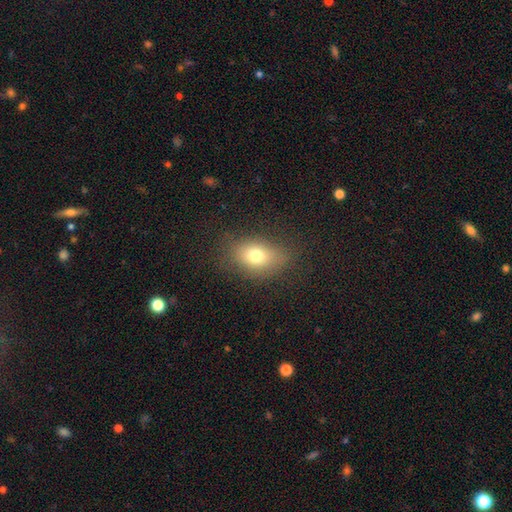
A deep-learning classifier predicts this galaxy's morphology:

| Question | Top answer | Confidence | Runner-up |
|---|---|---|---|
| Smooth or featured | smooth | 74% | star or artifact (13%) |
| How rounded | in between | 72% | round (27%) |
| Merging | none | 78% | minor disturbance (14%) |